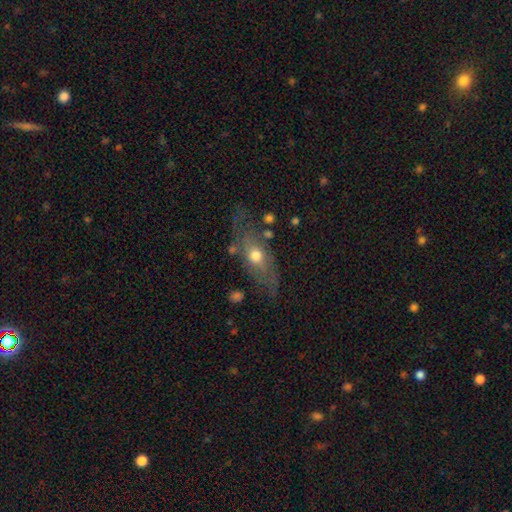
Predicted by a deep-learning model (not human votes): Overall: featured or disk (55%; smooth 37%). Edge-on disk: no (73%). Merging: none (60%; minor disturbance 22%).